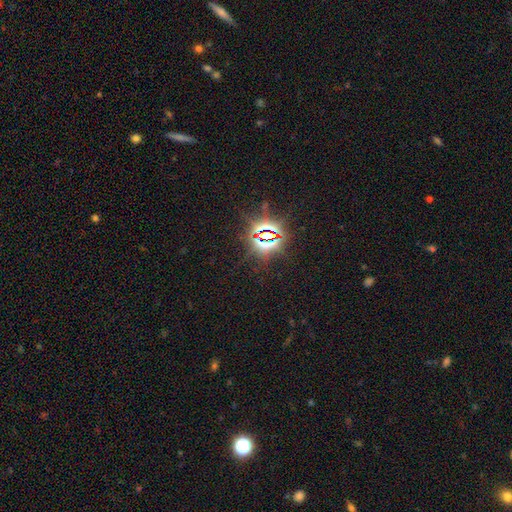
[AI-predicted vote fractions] This appears to be a star or artifact, not a galaxy (82%).